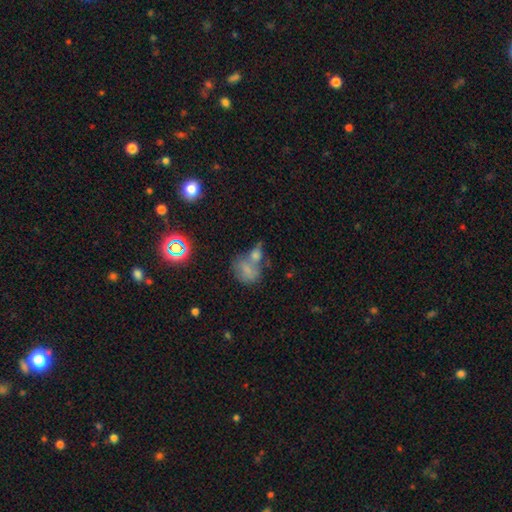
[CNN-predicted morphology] This is possibly a smooth galaxy (56%). How rounded: possibly in between (54%). Merging: possibly merger (51%).